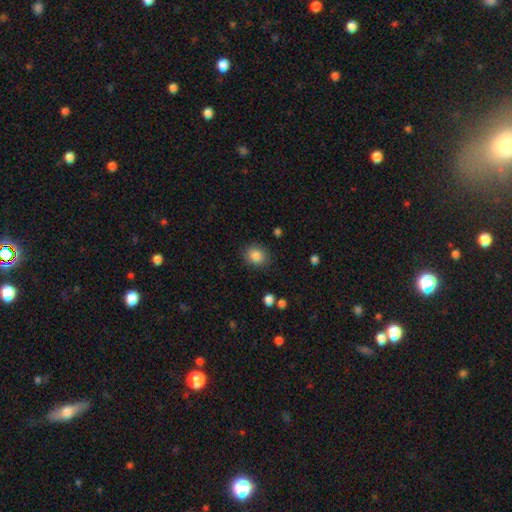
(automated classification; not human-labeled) Q: Smooth or featured?
A: smooth (85%); runner-up: star or artifact (9%)
Q: How rounded?
A: round (59%); runner-up: in between (40%)
Q: Merging?
A: none (85%); runner-up: minor disturbance (11%)